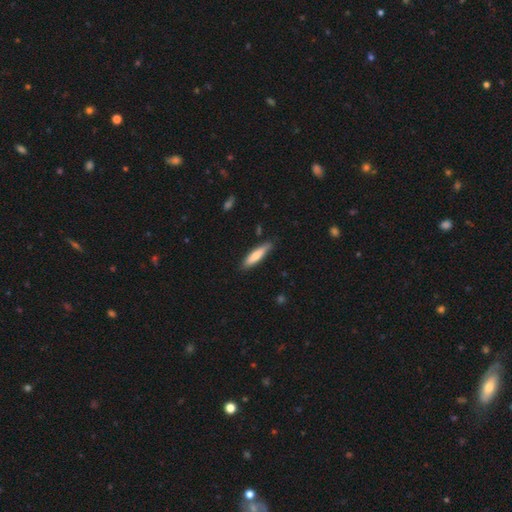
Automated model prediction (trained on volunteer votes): A smooth galaxy with no disk features (73%) that is cigar-shaped (76%). Merging: none (82%).